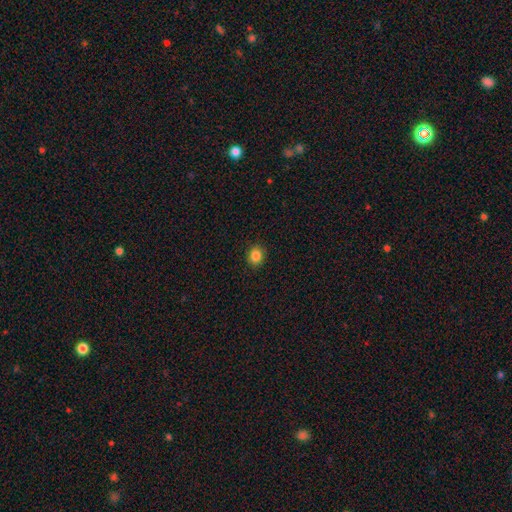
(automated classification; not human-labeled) Smooth or featured: smooth — 85% (star or artifact — 11%)
How rounded: round — 68% (in between — 32%)
Merging: none — 90% (minor disturbance — 7%)